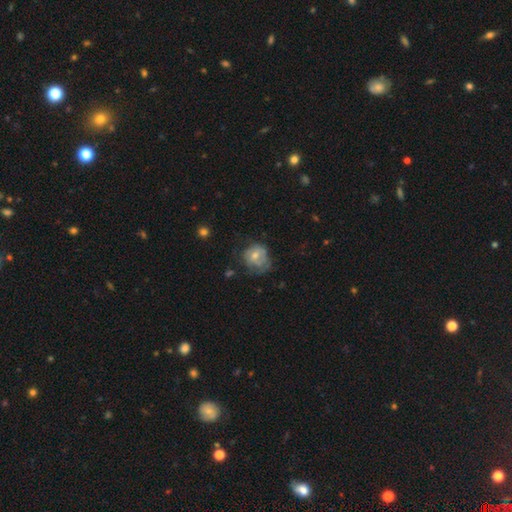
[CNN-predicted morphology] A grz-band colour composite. It shows a smooth galaxy with no disk features (54%) that is round (67%). Merging: none (40%).